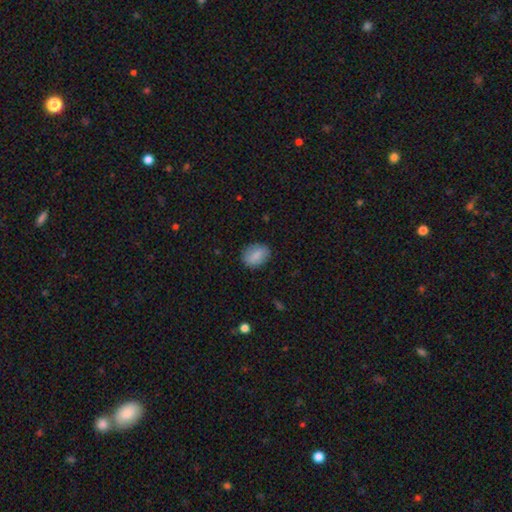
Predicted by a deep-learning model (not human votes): This is clearly a smooth galaxy (83%). How rounded: likely in between (72%). Merging: clearly none (83%).